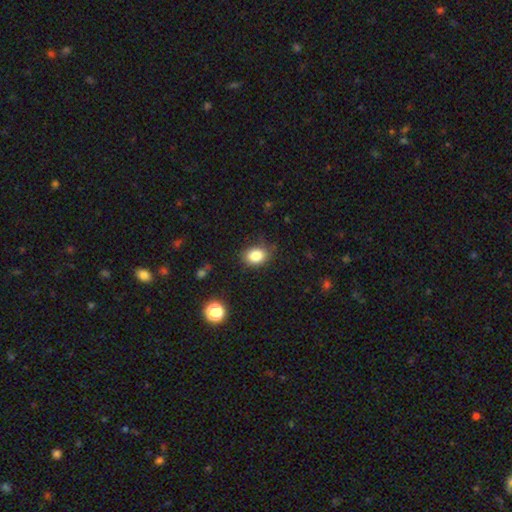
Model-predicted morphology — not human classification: A smooth galaxy with no disk features (84%) that is in between round and cigar-shaped (62%).

Vote fractions:
- Smooth or featured? smooth: 84% / star or artifact: 10% / featured or disk: 6%
- How rounded? in between: 62% / round: 37% / cigar-shaped: 1%
- Merging? none: 79% / minor disturbance: 16% / major disturbance: 4% / merger: 2%